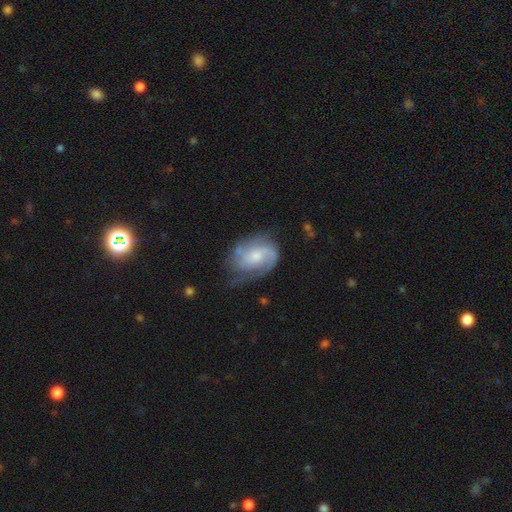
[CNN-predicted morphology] featured or disk 76%, smooth 18%, star or artifact 6%. Down the decision tree: edge-on disk — no (97%); bar — no (58%); spiral arms — yes (93%); spiral arm count — 2 (57%); spiral winding — medium (44%); bulge size — moderate (44%); merging — none (57%).